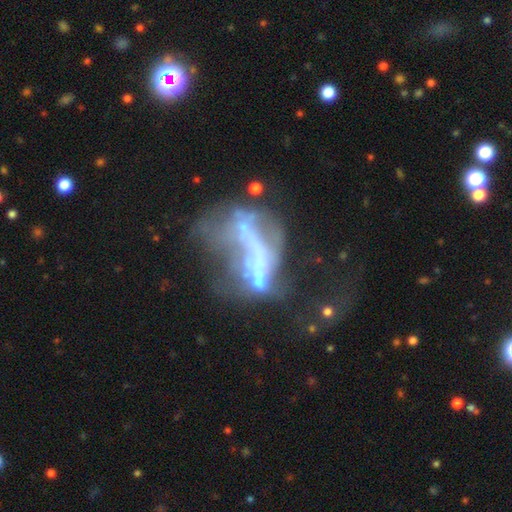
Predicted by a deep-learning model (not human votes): smooth-or-featured: featured or disk: 63% | smooth: 19% | star or artifact: 17%
  disk-edge-on: no: 93% | yes: 7%
    bar: no: 73% | strong: 15% | weak: 12%
    has-spiral-arms: no: 87% | yes: 13%
    bulge-size: none: 69% | small: 13% | moderate: 10% | large: 4% | dominant: 3%
  merging: major disturbance: 43% | merger: 31% | none: 17% | minor disturbance: 10%